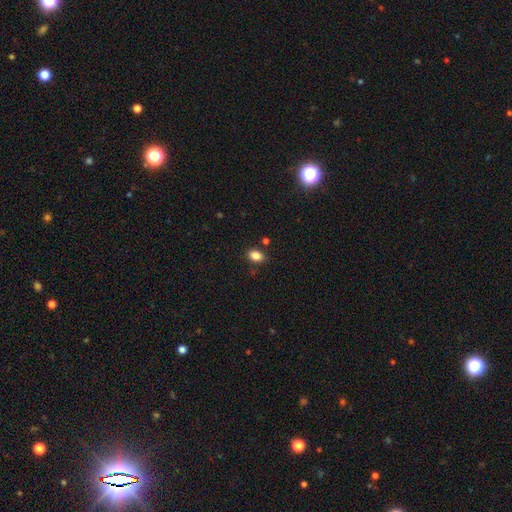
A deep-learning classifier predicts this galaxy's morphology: Smooth or featured? Predicted: smooth (p=0.85). How rounded? Predicted: in between (p=0.83). Merging? Predicted: none (p=0.85).